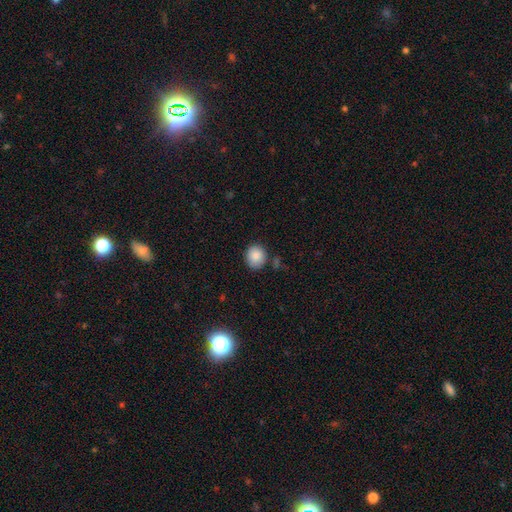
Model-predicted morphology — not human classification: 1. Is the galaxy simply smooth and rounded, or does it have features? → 88% smooth, 8% star or artifact, 4% featured or disk.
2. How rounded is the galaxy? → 73% round, 26% in between, 1% cigar-shaped.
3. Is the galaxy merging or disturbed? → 81% none, 12% minor disturbance, 4% merger, 3% major disturbance.